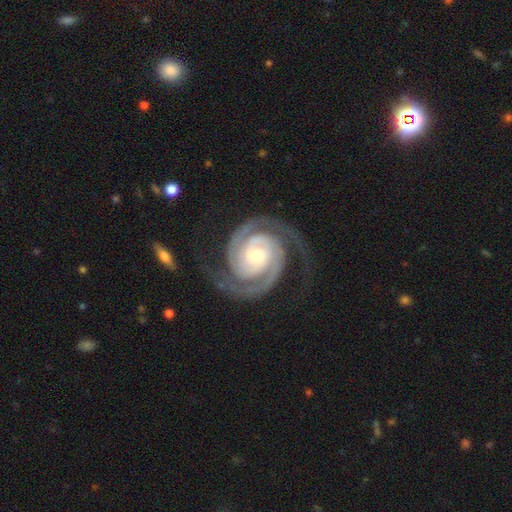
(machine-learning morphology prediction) type=featured or disk (94%); edge-on=no (98%); bar=no (58%); spiral arms=yes (99%); winding=tight (69%); arm count=2 (92%); bulge=moderate (50%); merging=none (80%).